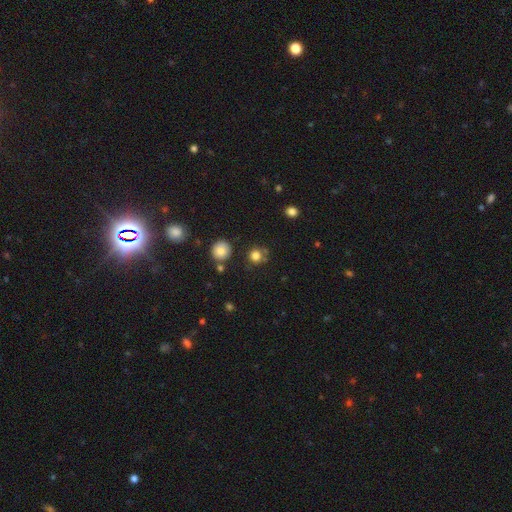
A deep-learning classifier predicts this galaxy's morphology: A smooth galaxy with no disk features (80%) that is round (89%). Merging: none (74%).